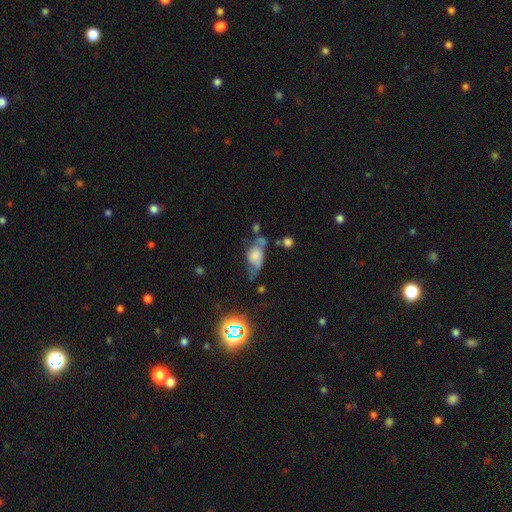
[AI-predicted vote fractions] smooth-or-featured: smooth: 55% | featured or disk: 32% | star or artifact: 12%
  how-rounded: in between: 80% | round: 14% | cigar-shaped: 6%
  merging: major disturbance: 33% | minor disturbance: 26% | none: 23% | merger: 18%